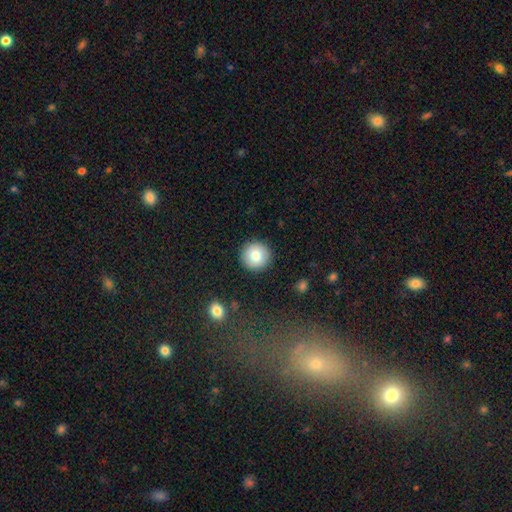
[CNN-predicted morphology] smooth_or_featured: smooth (p=0.81) [alt: featured or disk p=0.10]
how_rounded: round (p=0.95) [alt: in between p=0.04]
merging: none (p=0.91) [alt: minor disturbance p=0.06]